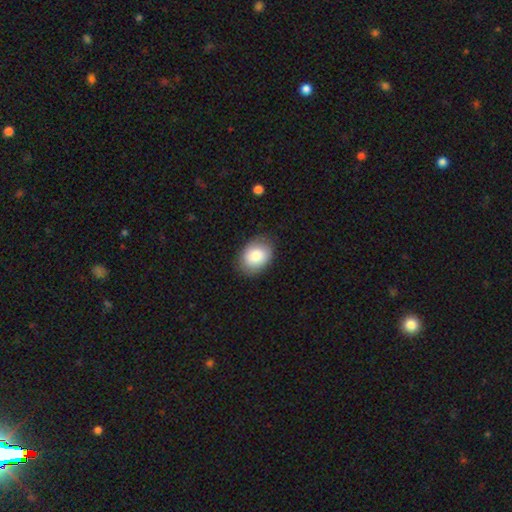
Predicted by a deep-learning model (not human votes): smooth-or-featured: smooth: 83% | featured or disk: 10% | star or artifact: 7%
  how-rounded: in between: 73% | round: 26% | cigar-shaped: 1%
  merging: none: 82% | minor disturbance: 14% | major disturbance: 3% | merger: 1%